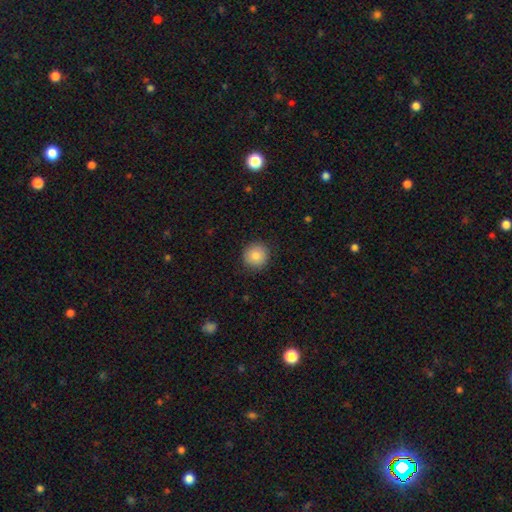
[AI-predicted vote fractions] Smooth or featured? Predicted: smooth (p=0.83). How rounded? Predicted: round (p=0.94). Merging? Predicted: none (p=0.90).